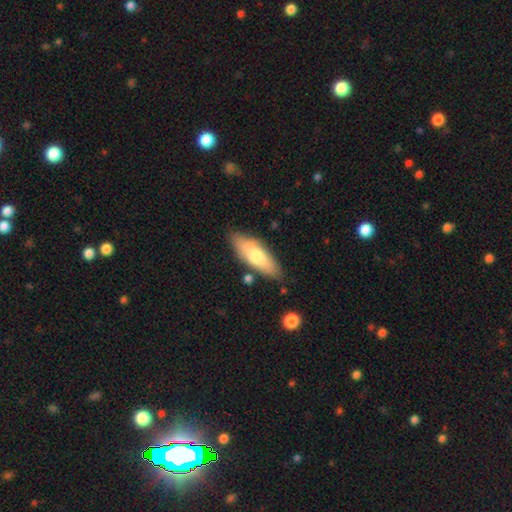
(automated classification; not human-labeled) Overall: smooth (66%; featured or disk 28%). How rounded: in between (60%; cigar-shaped 38%). Merging: none (80%).